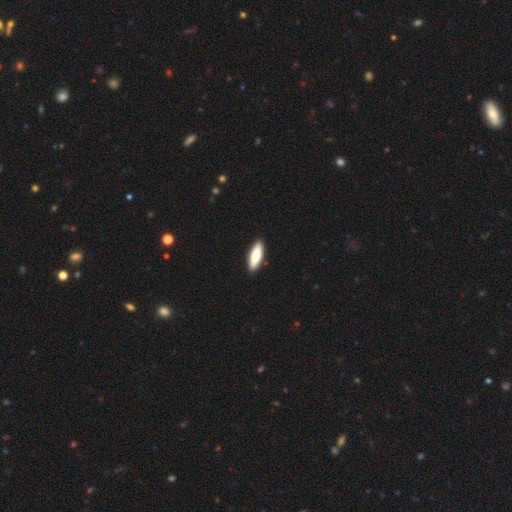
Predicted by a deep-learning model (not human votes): Smooth or featured? Predicted: smooth (p=0.76). How rounded? Predicted: in between (p=0.53). Merging? Predicted: none (p=0.91).